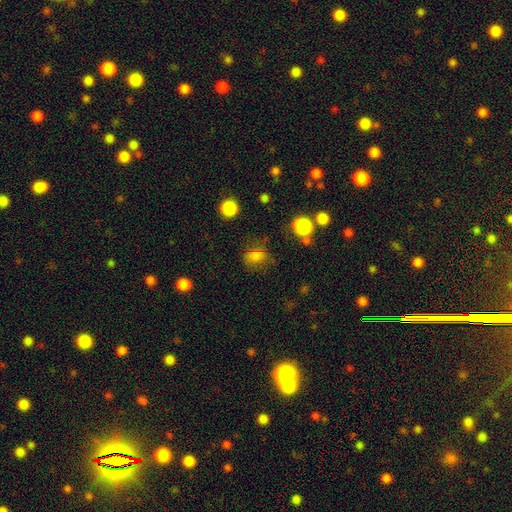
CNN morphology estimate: smooth-or-featured: smooth: 77% | star or artifact: 15% | featured or disk: 8%
  how-rounded: in between: 56% | round: 42% | cigar-shaped: 2%
  merging: none: 63% | minor disturbance: 21% | major disturbance: 12% | merger: 4%